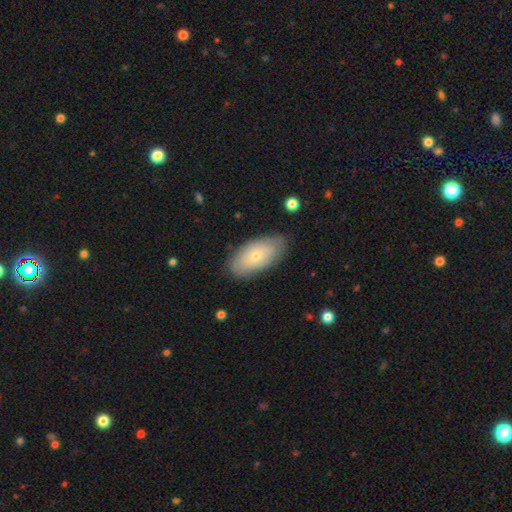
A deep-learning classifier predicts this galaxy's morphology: smooth_or_featured: smooth (p=0.61) [alt: featured or disk p=0.32]
how_rounded: in between (p=0.92) [alt: cigar-shaped p=0.05]
merging: none (p=0.81) [alt: minor disturbance p=0.14]